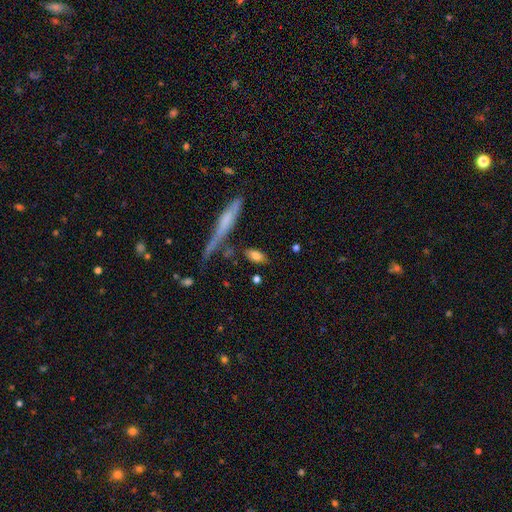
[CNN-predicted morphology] A smooth galaxy with no disk features (78%) that is in between round and cigar-shaped (81%). Merging: none (74%).